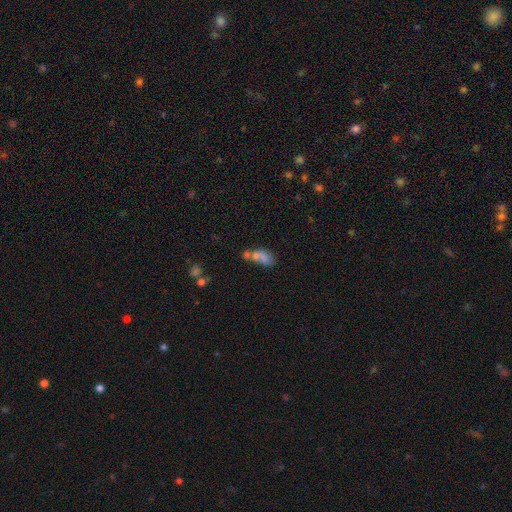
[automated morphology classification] Smooth or featured? Predicted: smooth (p=0.64). How rounded? Predicted: in between (p=0.79). Merging? Predicted: merger (p=0.48).